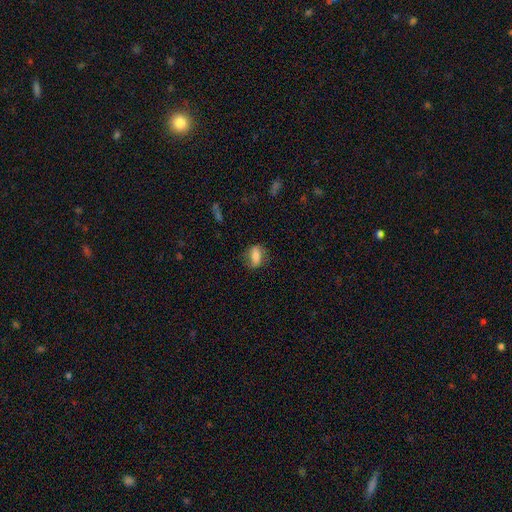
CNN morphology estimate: This appears to be a smooth galaxy with no disk features (68%) that is in between round and cigar-shaped (75%). Merging: none (74%).